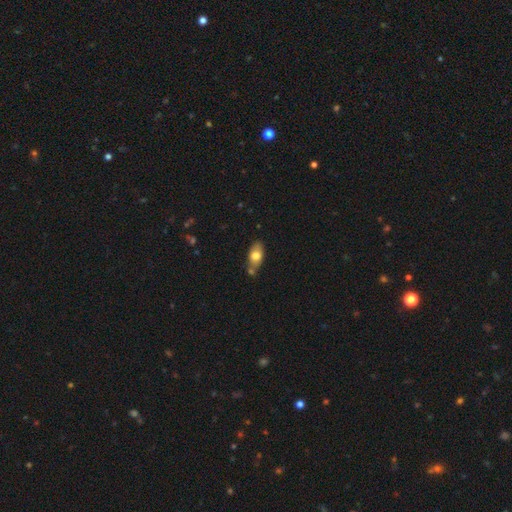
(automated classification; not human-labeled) This appears to be a smooth galaxy with no disk features (71%) that is in between round and cigar-shaped (88%). Merging: none (62%).